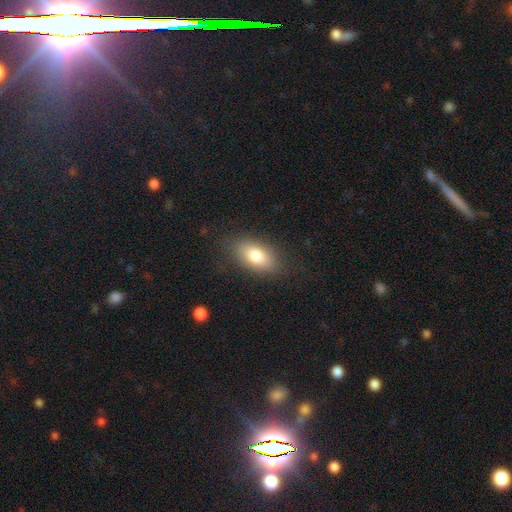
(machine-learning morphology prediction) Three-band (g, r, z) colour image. It shows a smooth galaxy with no disk features (80%) that is in between round and cigar-shaped (90%). Merging: none (82%).